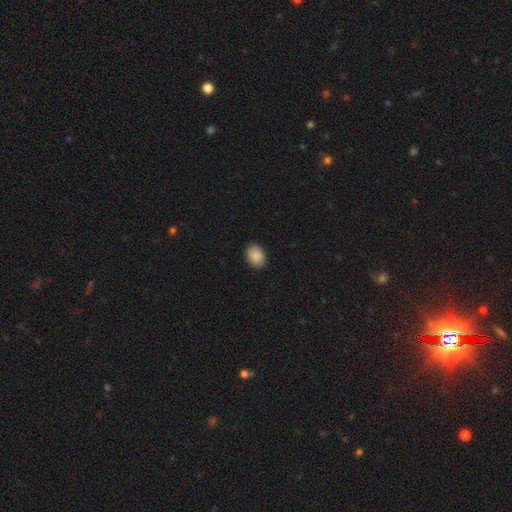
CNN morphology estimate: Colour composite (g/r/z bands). It shows a smooth galaxy with no disk features (89%) that is in between round and cigar-shaped (59%). Merging: none (88%).